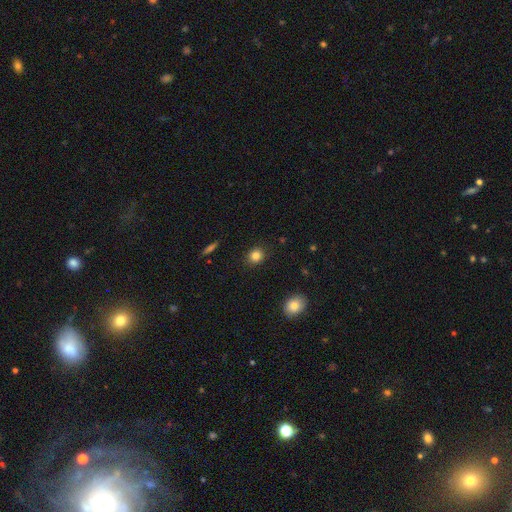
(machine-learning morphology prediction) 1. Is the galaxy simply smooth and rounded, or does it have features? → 83% smooth, 11% star or artifact, 5% featured or disk.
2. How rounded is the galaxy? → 76% round, 23% in between, 1% cigar-shaped.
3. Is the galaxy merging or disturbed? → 89% none, 8% minor disturbance, 2% major disturbance, 1% merger.